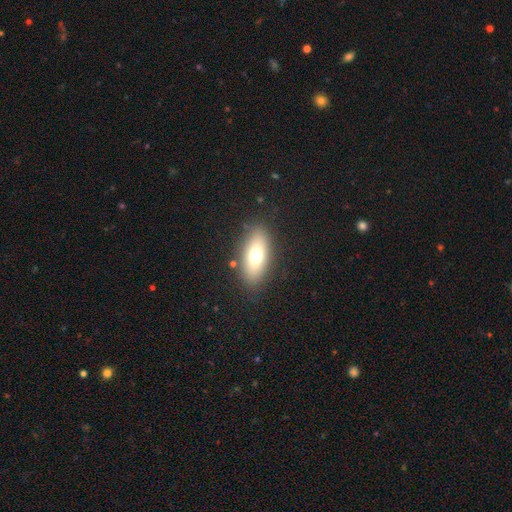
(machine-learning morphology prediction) Smooth or featured? Predicted: smooth (p=0.69). How rounded? Predicted: in between (p=0.80). Merging? Predicted: none (p=0.84).